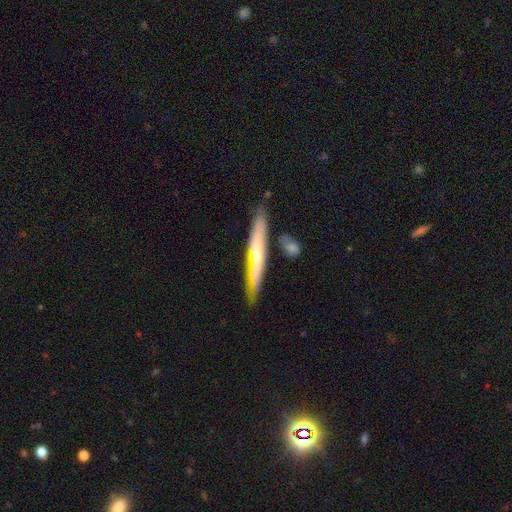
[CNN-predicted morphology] smooth-or-featured: featured or disk: 64% | smooth: 29% | star or artifact: 8%
  disk-edge-on: yes: 90% | no: 10%
    edge-on-bulge: rounded: 59% | none: 37% | boxy: 5%
  merging: none: 81% | minor disturbance: 12% | merger: 5% | major disturbance: 2%